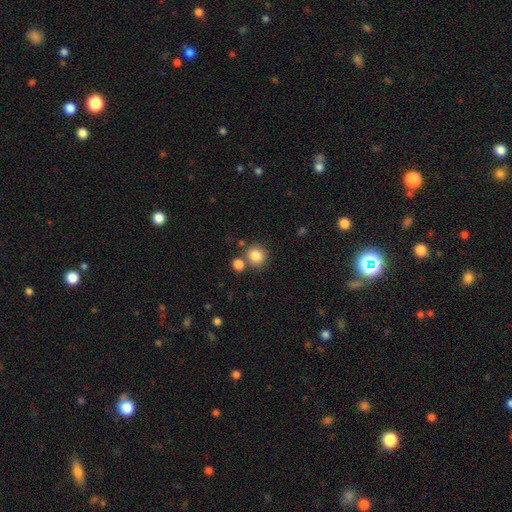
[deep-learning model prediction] smooth-or-featured: smooth: 83% | star or artifact: 11% | featured or disk: 6%
  how-rounded: round: 88% | in between: 11% | cigar-shaped: 1%
  merging: none: 72% | merger: 16% | minor disturbance: 9% | major disturbance: 3%